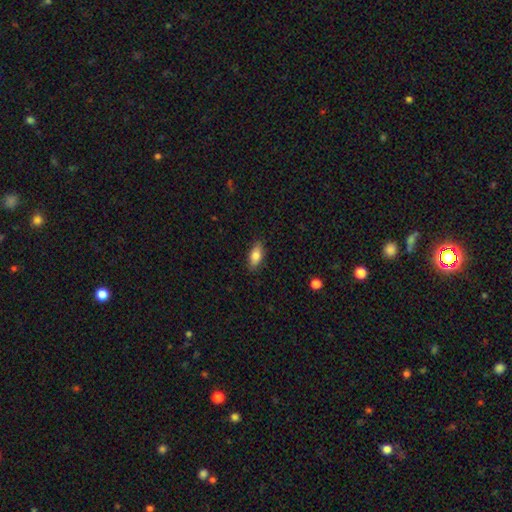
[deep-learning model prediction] The model was most divided on "smooth or featured": smooth: 80%, featured or disk: 13%, star or artifact: 7%. More confident: merging — none (86%); how rounded — in between (84%).